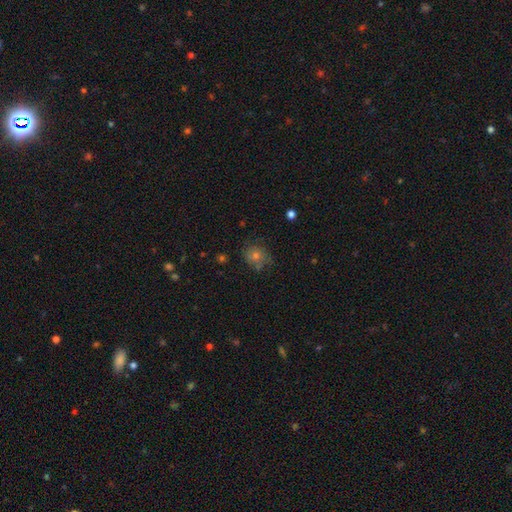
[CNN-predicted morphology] Smooth or featured? smooth (53%)
How rounded? round (75%)
Merging? none (72%)